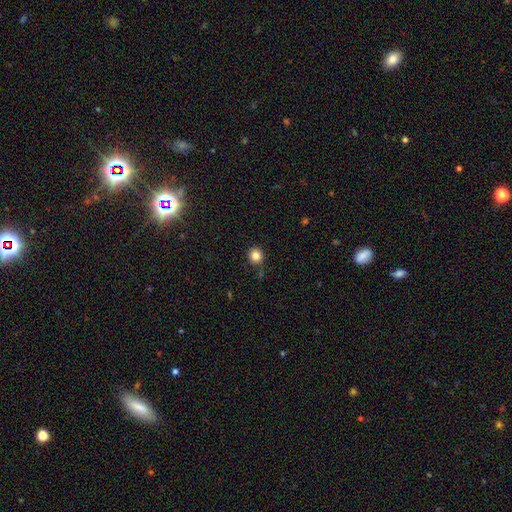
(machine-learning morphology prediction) type=smooth (84%); roundness=round (91%); merging=none (85%).